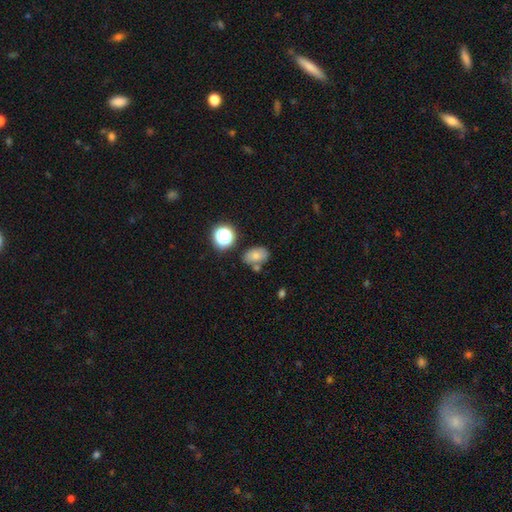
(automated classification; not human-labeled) smooth 74%, star or artifact 13%, featured or disk 12%. Down the decision tree: how rounded — in between (83%); merging — none (64%).